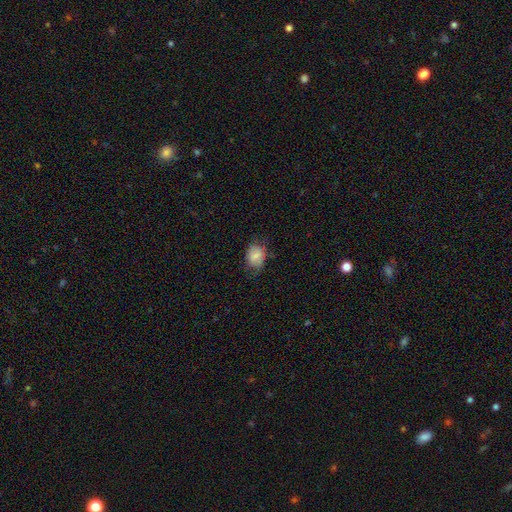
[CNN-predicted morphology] Smooth or featured? Predicted: smooth (p=0.77). How rounded? Predicted: in between (p=0.61). Merging? Predicted: none (p=0.64).